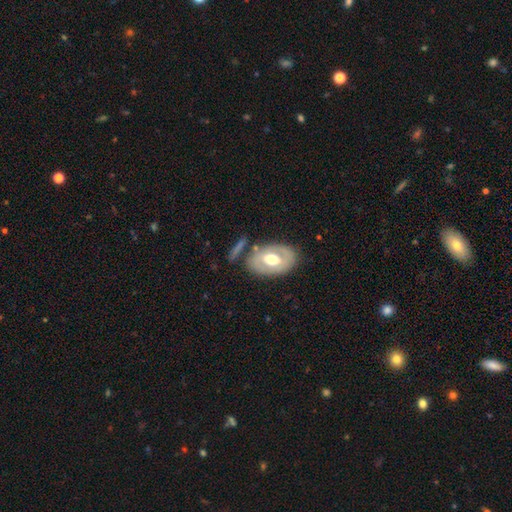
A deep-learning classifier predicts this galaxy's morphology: Smooth or featured? Predicted: featured or disk (p=0.57). Edge-on disk? Predicted: no (p=0.91). Bar? Predicted: no (p=0.78). Spiral arms? Predicted: no (p=0.57). Bulge size? Predicted: moderate (p=0.73). Merging? Predicted: none (p=0.71).